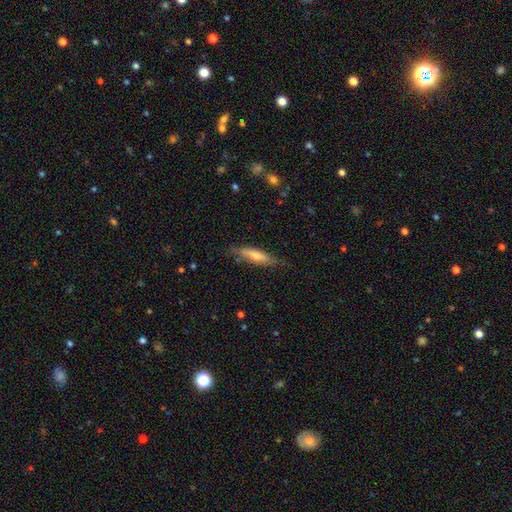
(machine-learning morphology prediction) A smooth galaxy with no disk features (56%) that is cigar-shaped (76%).

Vote fractions:
- Smooth or featured? smooth: 56% / featured or disk: 38% / star or artifact: 6%
- How rounded? cigar-shaped: 76% / in between: 22% / round: 2%
- Merging? none: 78% / minor disturbance: 17% / major disturbance: 3% / merger: 2%